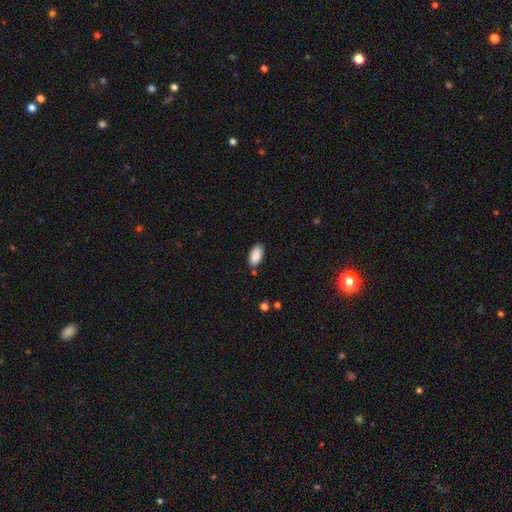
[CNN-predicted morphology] smooth 89%, star or artifact 7%, featured or disk 5%. Down the decision tree: how rounded — in between (94%); merging — none (82%).